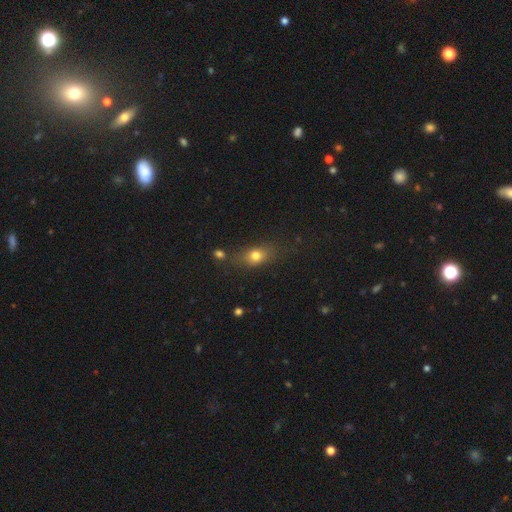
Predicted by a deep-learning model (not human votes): Smooth or featured: smooth — 74% (featured or disk — 13%)
How rounded: in between — 62% (round — 29%)
Merging: none — 68% (minor disturbance — 18%)